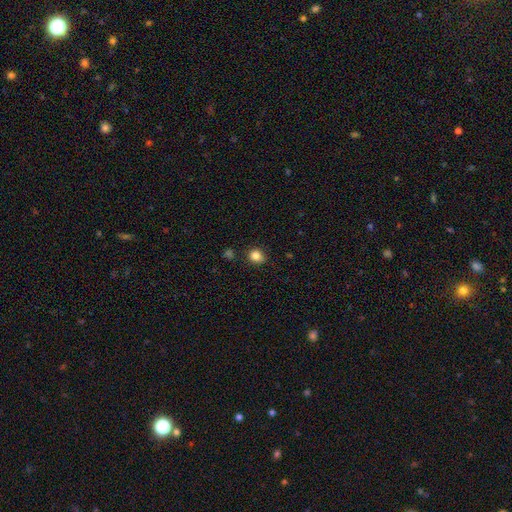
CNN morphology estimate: This appears to be a smooth galaxy with no disk features (84%) that is round (75%). Merging: none (85%).